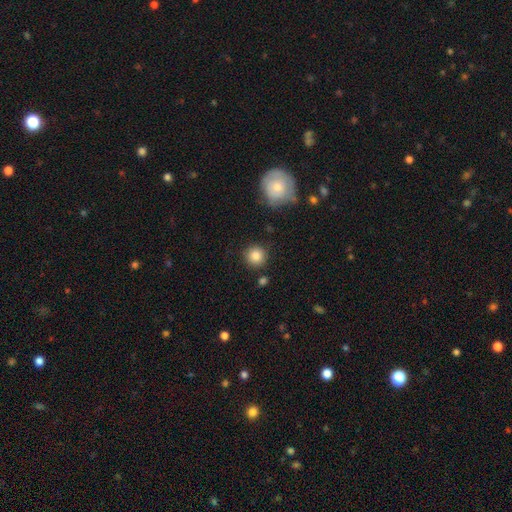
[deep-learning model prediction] A smooth galaxy with no disk features (85%) that is round (93%).

Vote fractions:
- Smooth or featured? smooth: 85% / star or artifact: 10% / featured or disk: 5%
- How rounded? round: 93% / in between: 6% / cigar-shaped: 1%
- Merging? none: 87% / minor disturbance: 7% / merger: 3% / major disturbance: 3%